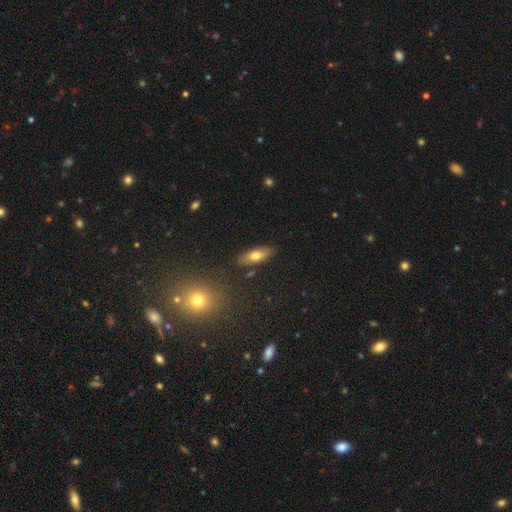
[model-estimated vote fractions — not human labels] Smooth or featured?
  - smooth: 68% *
  - featured or disk: 24%
  - star or artifact: 8%
How rounded?
  - in between: 72% *
  - cigar-shaped: 24%
  - round: 4%
Merging?
  - none: 85% *
  - minor disturbance: 10%
  - merger: 3%
  - major disturbance: 2%